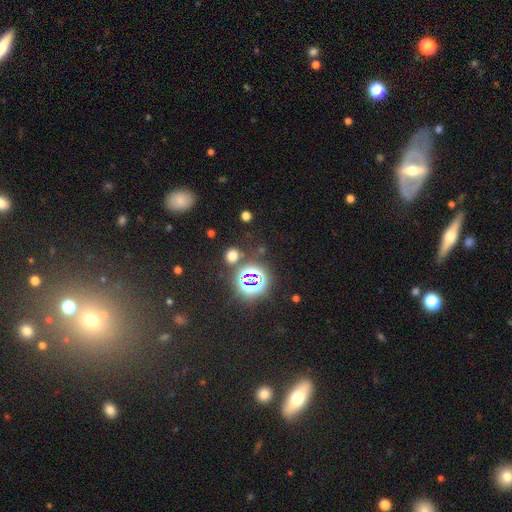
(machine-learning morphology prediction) A star or artifact, not a galaxy (58%).

Vote fractions:
- Smooth or featured? star or artifact: 58% / smooth: 25% / featured or disk: 17%